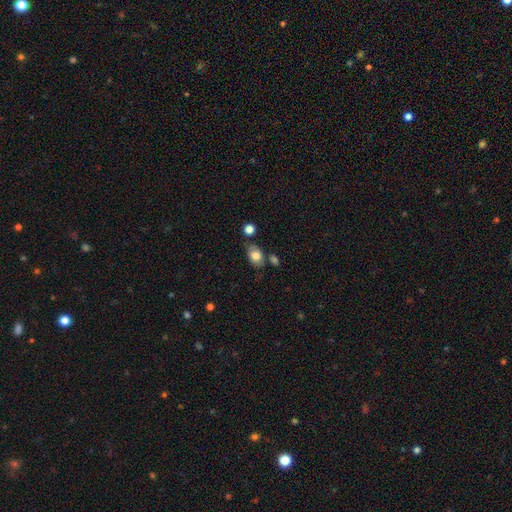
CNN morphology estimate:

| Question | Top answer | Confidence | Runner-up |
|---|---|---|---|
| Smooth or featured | smooth | 76% | featured or disk (15%) |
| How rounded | in between | 81% | round (17%) |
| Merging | none | 64% | minor disturbance (20%) |